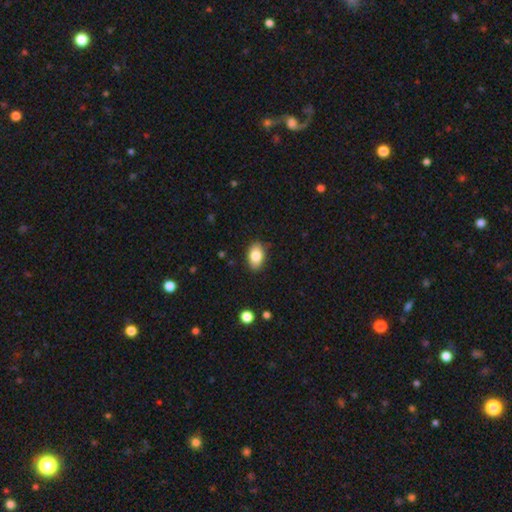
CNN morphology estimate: smooth_or_featured: smooth (p=0.83) [alt: featured or disk p=0.10]
how_rounded: in between (p=0.89) [alt: round p=0.09]
merging: none (p=0.86) [alt: minor disturbance p=0.10]